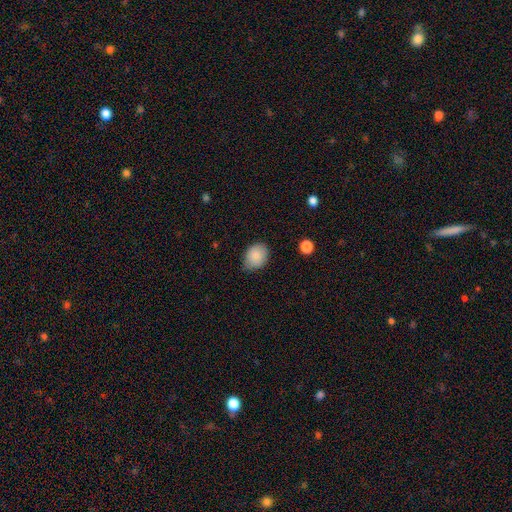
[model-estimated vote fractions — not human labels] The model was most divided on "how rounded": in between: 63%, round: 36%, cigar-shaped: 1%. More confident: smooth or featured — smooth (85%); merging — none (67%).